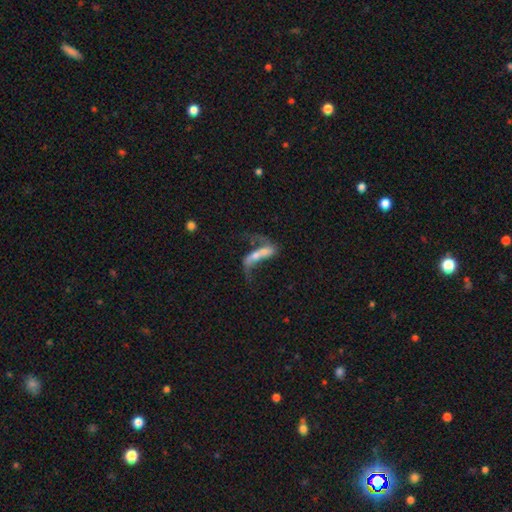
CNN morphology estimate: Smooth or featured? Predicted: featured or disk (p=0.66). Edge-on disk? Predicted: no (p=0.84). Bar? Predicted: no (p=0.38). Spiral arms? Predicted: yes (p=0.70). Bulge size? Predicted: small (p=0.37). Merging? Predicted: merger (p=0.32).